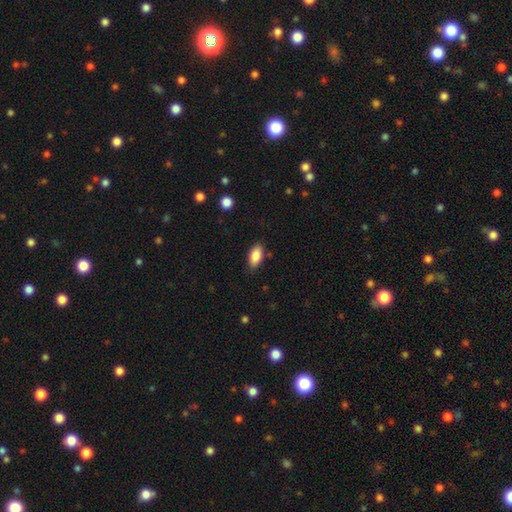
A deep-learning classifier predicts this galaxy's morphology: smooth 87%, star or artifact 7%, featured or disk 6%. Down the decision tree: how rounded — in between (92%); merging — none (83%).